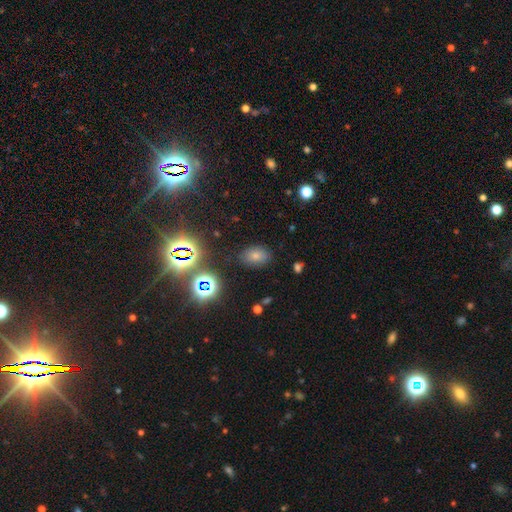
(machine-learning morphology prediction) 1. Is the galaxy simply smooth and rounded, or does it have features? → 67% smooth, 23% star or artifact, 10% featured or disk.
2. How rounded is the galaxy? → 84% in between, 14% round, 1% cigar-shaped.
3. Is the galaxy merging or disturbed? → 82% none, 12% minor disturbance, 4% major disturbance, 2% merger.